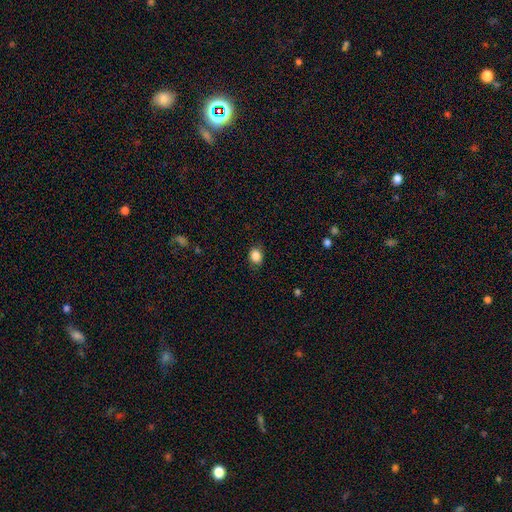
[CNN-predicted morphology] The model was most divided on "how rounded": in between: 50%, round: 49%, cigar-shaped: 1%. More confident: smooth or featured — smooth (86%); merging — none (85%).